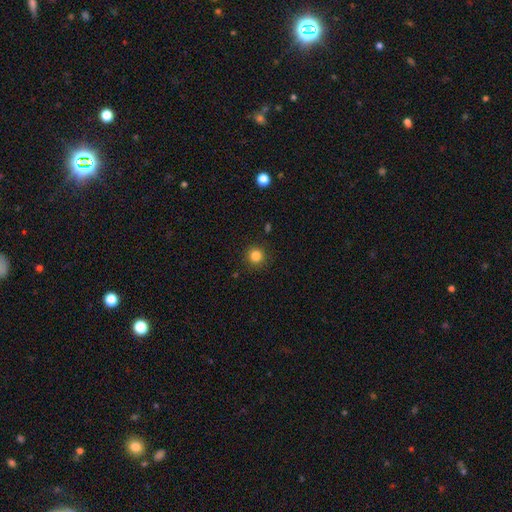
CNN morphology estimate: The model was most divided on "smooth or featured": smooth: 83%, star or artifact: 12%, featured or disk: 5%. More confident: how rounded — round (94%); merging — none (90%).